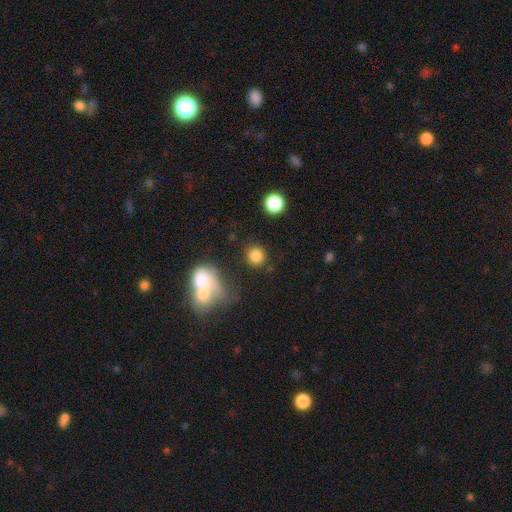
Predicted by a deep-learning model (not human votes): Overall: smooth (84%). How rounded: round (87%). Merging: none (79%).